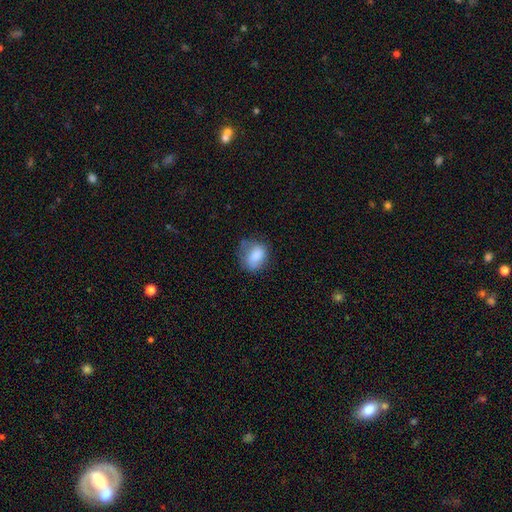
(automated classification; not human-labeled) The model was most divided on "how rounded": in between: 55%, round: 43%, cigar-shaped: 1%. More confident: smooth or featured — smooth (79%); merging — none (55%).